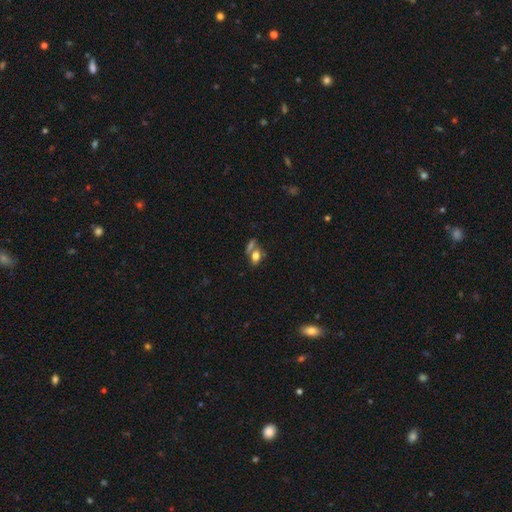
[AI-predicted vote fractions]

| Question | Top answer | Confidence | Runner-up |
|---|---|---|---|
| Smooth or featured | smooth | 68% | featured or disk (18%) |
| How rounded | in between | 72% | round (21%) |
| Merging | none | 46% | merger (33%) |